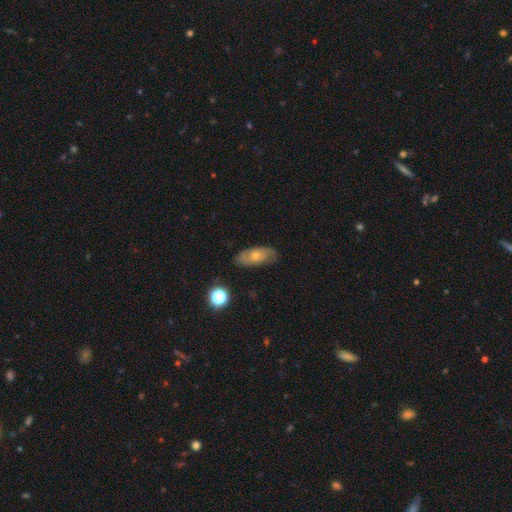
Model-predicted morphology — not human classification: Q: Smooth or featured?
A: smooth (54%); runner-up: featured or disk (37%)
Q: How rounded?
A: in between (86%); runner-up: cigar-shaped (9%)
Q: Merging?
A: none (77%); runner-up: minor disturbance (18%)